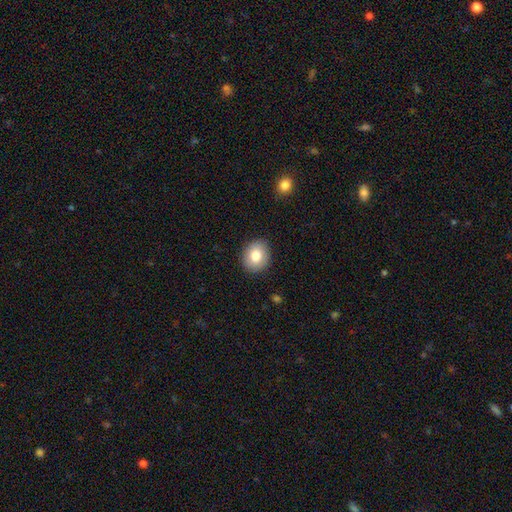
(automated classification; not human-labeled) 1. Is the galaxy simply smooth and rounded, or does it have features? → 81% smooth, 11% featured or disk, 8% star or artifact.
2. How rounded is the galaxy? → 53% round, 46% in between, 1% cigar-shaped.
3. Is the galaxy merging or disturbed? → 87% none, 10% minor disturbance, 2% major disturbance, 1% merger.